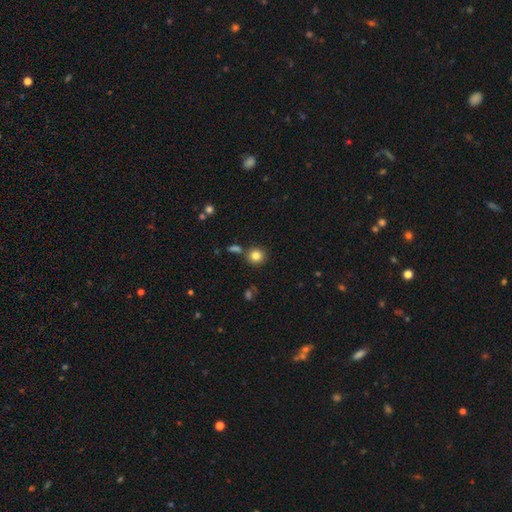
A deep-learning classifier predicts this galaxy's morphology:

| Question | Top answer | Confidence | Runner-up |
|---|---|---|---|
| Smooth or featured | smooth | 83% | star or artifact (11%) |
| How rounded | round | 90% | in between (9%) |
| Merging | none | 78% | merger (10%) |